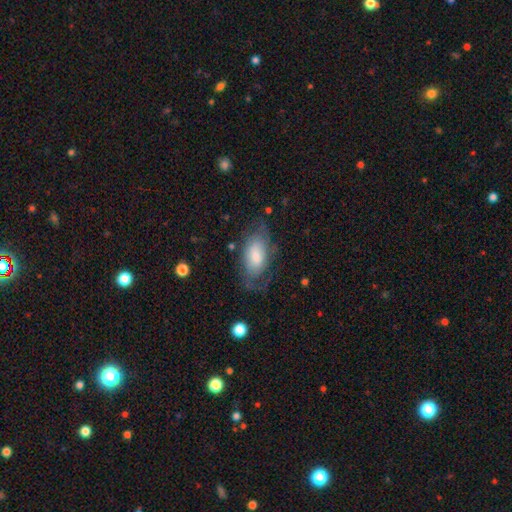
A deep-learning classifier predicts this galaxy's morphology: type=featured or disk (49%); merging=none (58%).